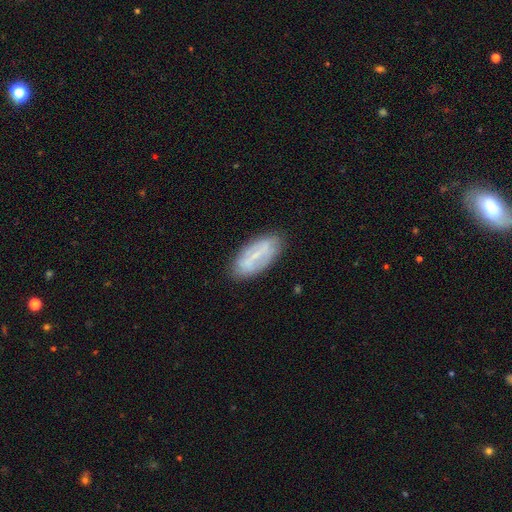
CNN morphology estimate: This appears to be a featured or disk galaxy (51%). Merging: none (79%).